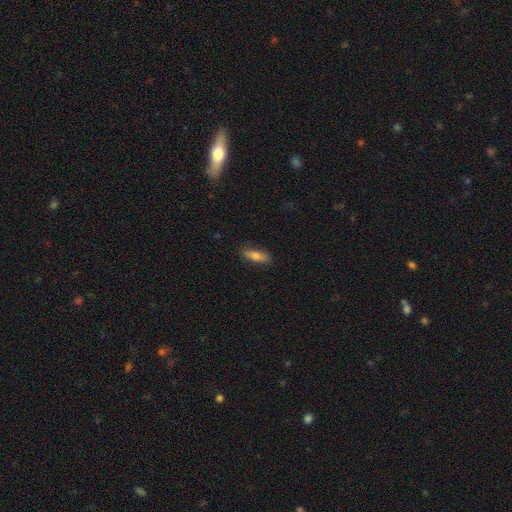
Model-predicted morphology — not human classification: This appears to be a smooth galaxy with no disk features (72%) that is in between round and cigar-shaped (49%). Merging: none (85%).